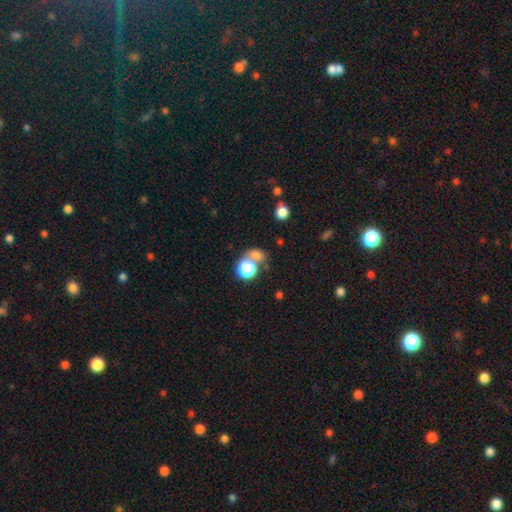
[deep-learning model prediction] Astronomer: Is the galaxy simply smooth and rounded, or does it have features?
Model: smooth — 69%.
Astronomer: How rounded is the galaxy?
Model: round — 59% (runner-up: in between, 39%).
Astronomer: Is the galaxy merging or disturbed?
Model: none — 49% (runner-up: merger, 34%).